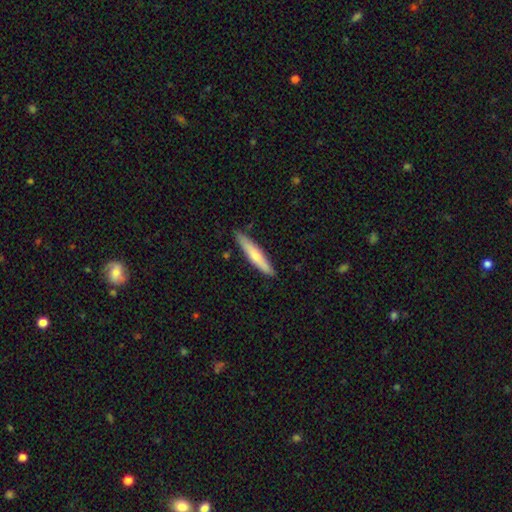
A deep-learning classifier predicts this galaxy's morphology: type=smooth (61%); roundness=cigar-shaped (91%); merging=none (87%).